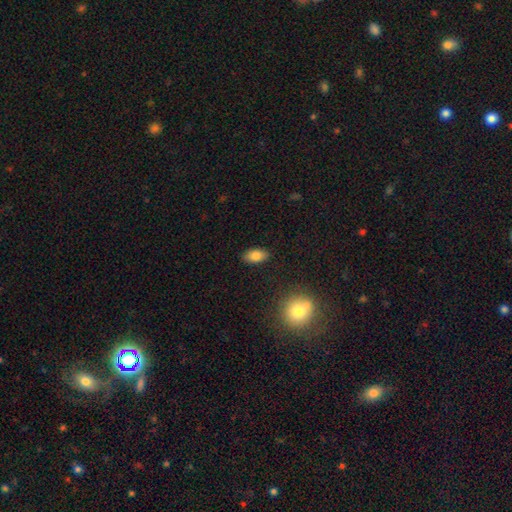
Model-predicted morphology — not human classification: The model was most divided on "smooth or featured": smooth: 83%, star or artifact: 9%, featured or disk: 9%. More confident: how rounded — in between (91%); merging — none (87%).